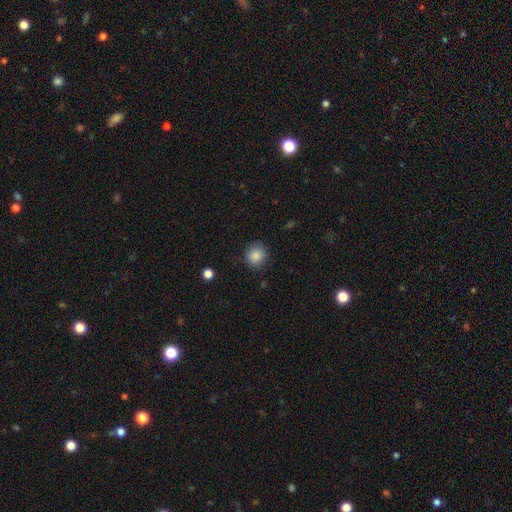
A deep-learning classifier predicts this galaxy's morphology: smooth_or_featured: smooth (p=0.86) [alt: star or artifact p=0.10]
how_rounded: round (p=0.87) [alt: in between p=0.12]
merging: none (p=0.85) [alt: minor disturbance p=0.10]